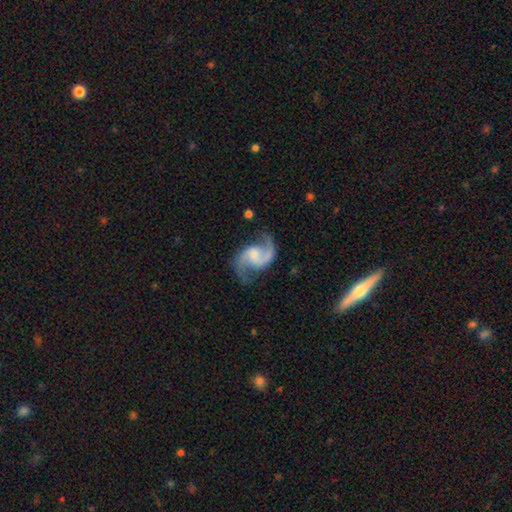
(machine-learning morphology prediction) featured or disk 91%, smooth 4%, star or artifact 4%. Down the decision tree: edge-on disk — no (98%); bar — weak (46%); spiral arms — yes (98%); spiral arm count — 2 (93%); spiral winding — loose (47%); bulge size — small (32%); merging — none (75%).